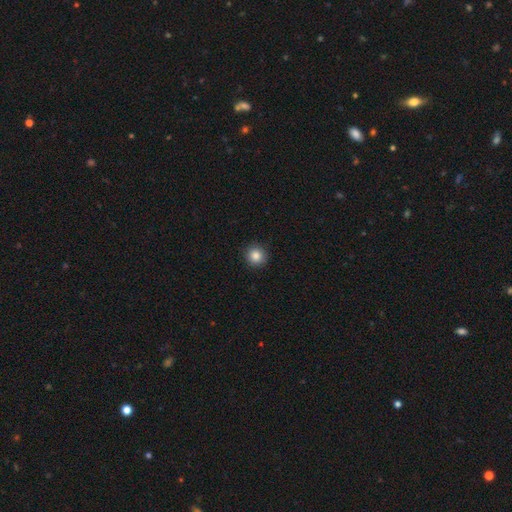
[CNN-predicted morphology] type=smooth (85%); roundness=round (94%); merging=none (92%).